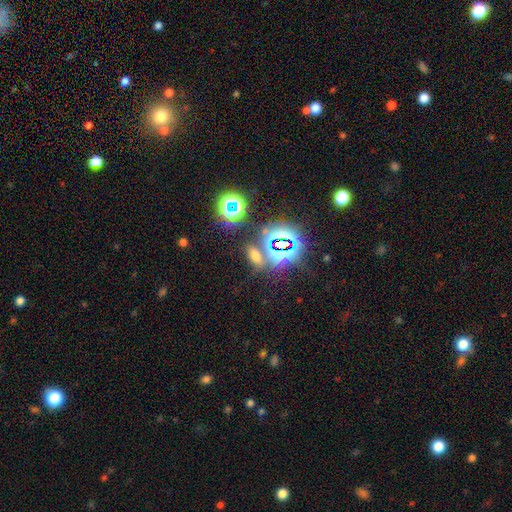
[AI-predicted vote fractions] Morphology: type=smooth (46%); merging=none (68%).